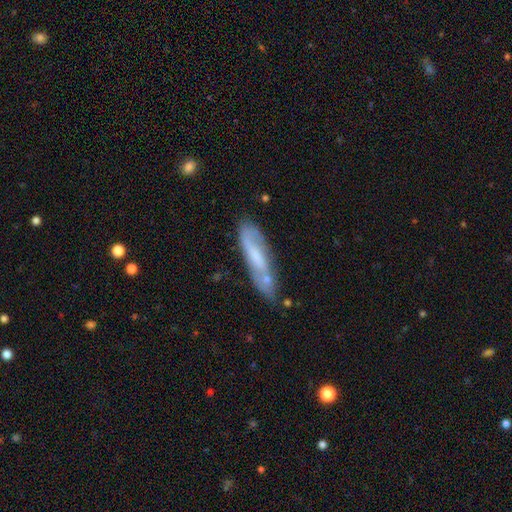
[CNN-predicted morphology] Smooth or featured?
  - featured or disk: 47% *
  - smooth: 45%
  - star or artifact: 8%
Merging?
  - none: 62% *
  - minor disturbance: 23%
  - merger: 8%
  - major disturbance: 7%